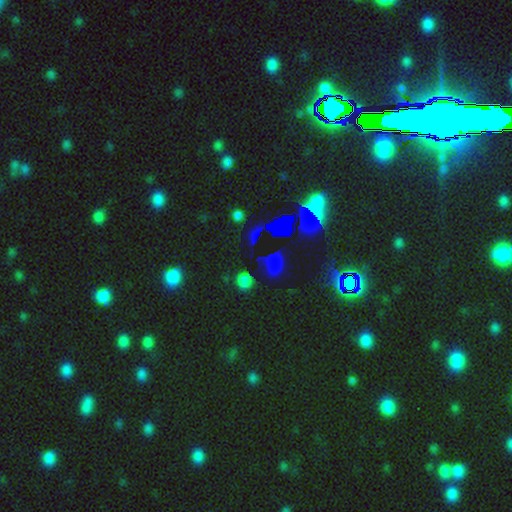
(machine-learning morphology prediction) A star or artifact, not a galaxy (52%).